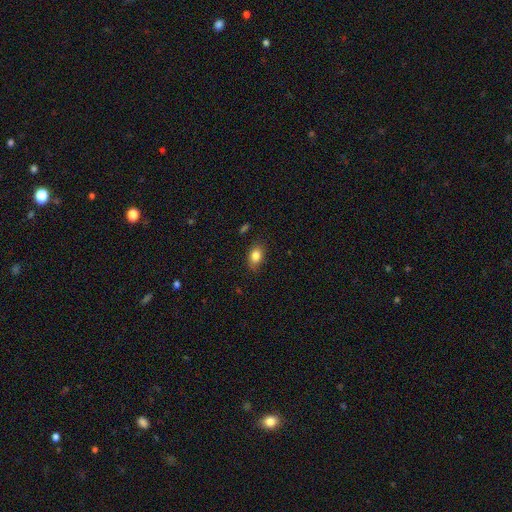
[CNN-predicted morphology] Smooth or featured?
  - smooth: 83% *
  - star or artifact: 9%
  - featured or disk: 8%
How rounded?
  - in between: 79% *
  - round: 19%
  - cigar-shaped: 2%
Merging?
  - none: 76% *
  - minor disturbance: 19%
  - major disturbance: 4%
  - merger: 1%